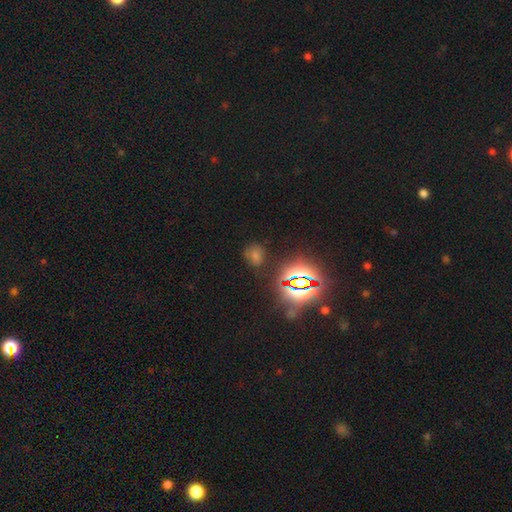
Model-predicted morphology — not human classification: A star or artifact, not a galaxy (58%).

Vote fractions:
- Smooth or featured? star or artifact: 58% / smooth: 32% / featured or disk: 10%